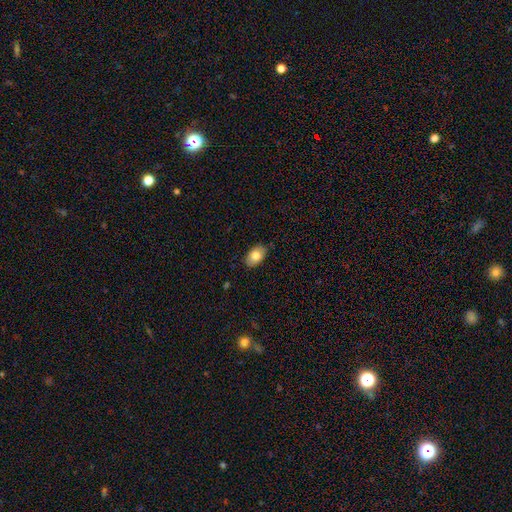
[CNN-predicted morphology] A smooth galaxy with no disk features (80%) that is in between round and cigar-shaped (91%).

Vote fractions:
- Smooth or featured? smooth: 80% / featured or disk: 13% / star or artifact: 7%
- How rounded? in between: 91% / round: 8% / cigar-shaped: 1%
- Merging? none: 86% / minor disturbance: 11% / major disturbance: 2% / merger: 1%